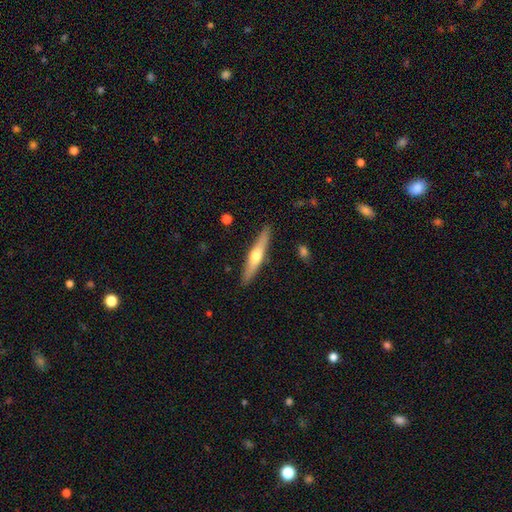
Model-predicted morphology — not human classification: A featured or disk galaxy (54%) viewed edge-on (94%) with a rounded central bulge (90%).

Vote fractions:
- Smooth or featured? featured or disk: 54% / smooth: 41% / star or artifact: 5%
- Edge-on disk? yes: 94% / no: 6%
- Edge-on bulge? rounded: 90% / none: 7% / boxy: 3%
- Merging? none: 89% / minor disturbance: 8% / major disturbance: 2% / merger: 1%